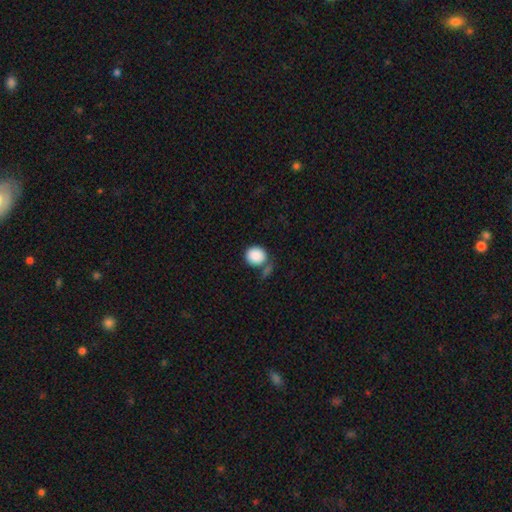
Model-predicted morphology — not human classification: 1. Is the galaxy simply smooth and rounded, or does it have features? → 89% smooth, 8% star or artifact, 4% featured or disk.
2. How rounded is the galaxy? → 84% round, 15% in between, 1% cigar-shaped.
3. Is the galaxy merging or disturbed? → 59% none, 17% minor disturbance, 15% merger, 9% major disturbance.